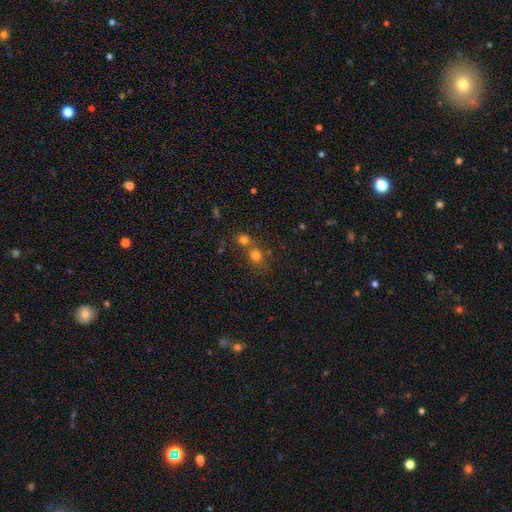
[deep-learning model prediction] smooth 75%, star or artifact 16%, featured or disk 9%. Down the decision tree: how rounded — round (73%); merging — none (47%).